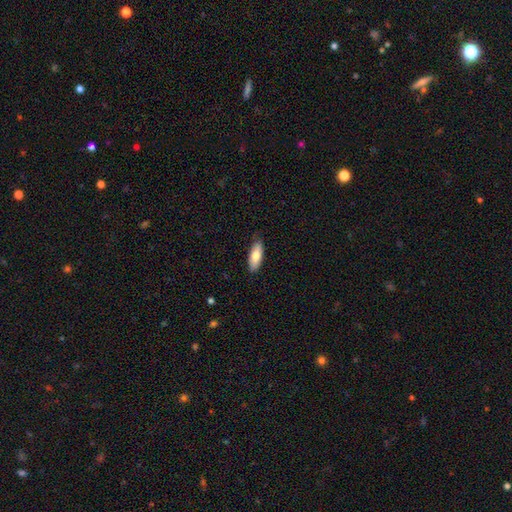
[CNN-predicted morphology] smooth_or_featured: smooth (p=0.77) [alt: featured or disk p=0.17]
how_rounded: in between (p=0.72) [alt: cigar-shaped p=0.26]
merging: none (p=0.85) [alt: minor disturbance p=0.12]